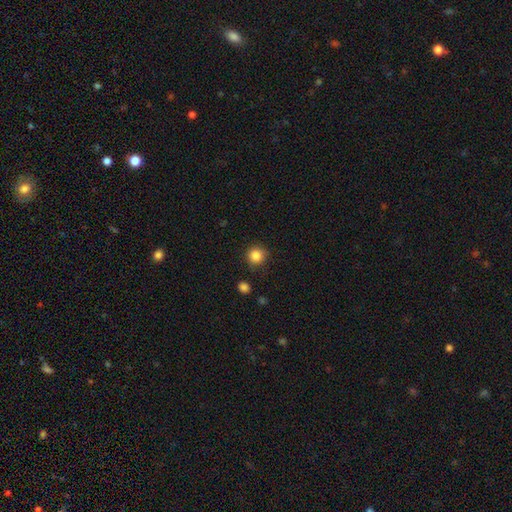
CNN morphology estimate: Q: Smooth or featured?
A: smooth (85%); runner-up: star or artifact (10%)
Q: How rounded?
A: round (93%); runner-up: in between (6%)
Q: Merging?
A: none (84%); runner-up: minor disturbance (11%)